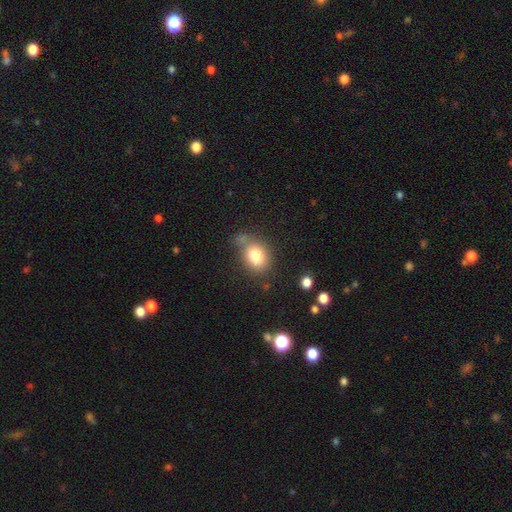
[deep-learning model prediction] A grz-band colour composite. It shows a smooth galaxy with no disk features (81%) that is in between round and cigar-shaped (65%). Merging: none (54%).